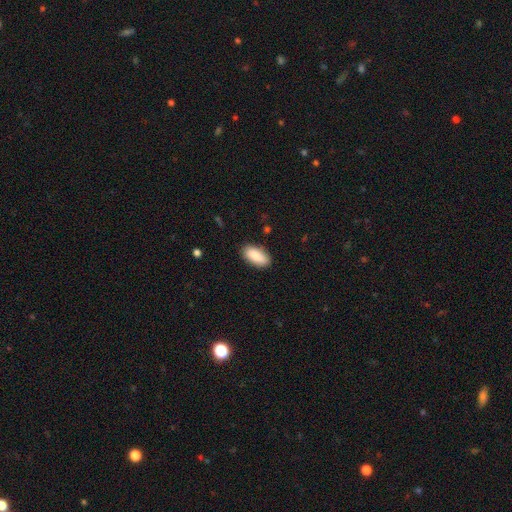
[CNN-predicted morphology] Smooth or featured? smooth (87%)
How rounded? in between (90%)
Merging? none (85%)